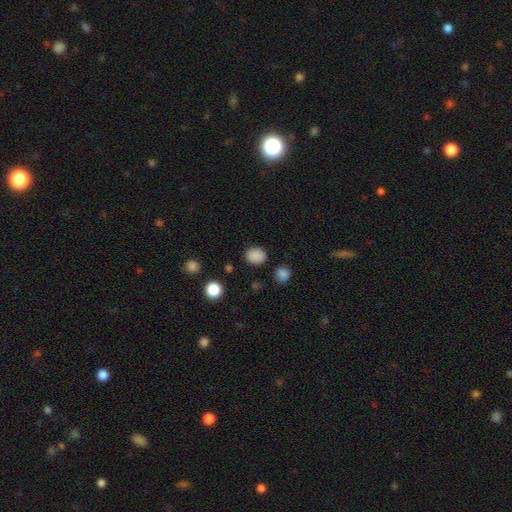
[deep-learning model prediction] Overall: smooth (86%). How rounded: round (54%; in between 45%). Merging: none (85%).